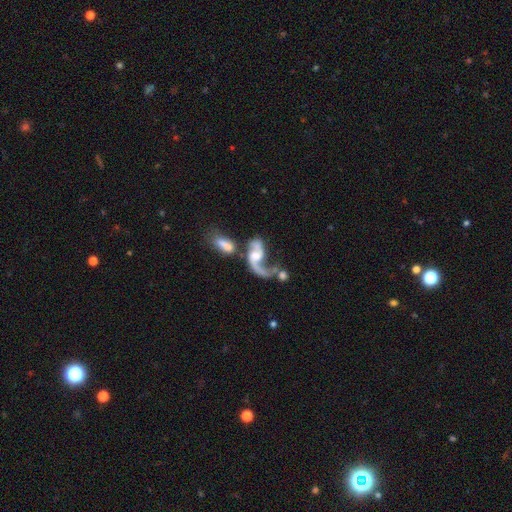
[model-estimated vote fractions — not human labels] Q: Smooth or featured?
A: featured or disk (79%); runner-up: smooth (14%)
Q: Edge-on disk?
A: no (96%); runner-up: yes (4%)
Q: Bar?
A: no (53%); runner-up: weak (36%)
Q: Spiral arms?
A: yes (89%); runner-up: no (11%)
Q: Spiral winding?
A: loose (78%); runner-up: medium (18%)
Q: Spiral arm count?
A: 2 (66%); runner-up: 1 (28%)
Q: Bulge size?
A: moderate (42%); runner-up: small (28%)
Q: Merging?
A: merger (49%); runner-up: major disturbance (23%)